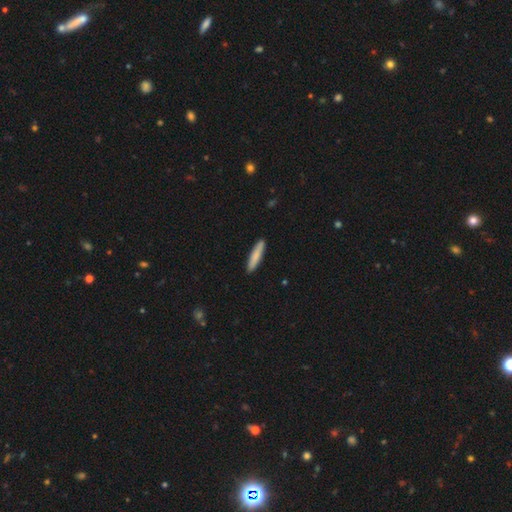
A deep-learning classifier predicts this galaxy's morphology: Smooth or featured: smooth — 81% (featured or disk — 13%)
How rounded: cigar-shaped — 88% (in between — 11%)
Merging: none — 90% (minor disturbance — 7%)